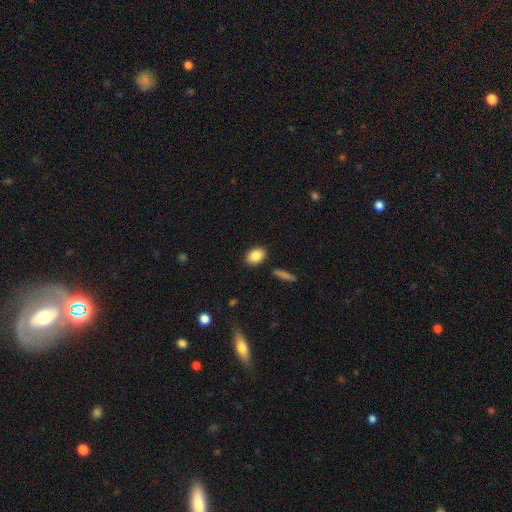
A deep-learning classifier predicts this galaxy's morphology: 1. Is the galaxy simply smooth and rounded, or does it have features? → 86% smooth, 7% star or artifact, 7% featured or disk.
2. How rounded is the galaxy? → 78% in between, 21% round, 2% cigar-shaped.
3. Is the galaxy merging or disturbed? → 88% none, 8% minor disturbance, 3% merger, 2% major disturbance.